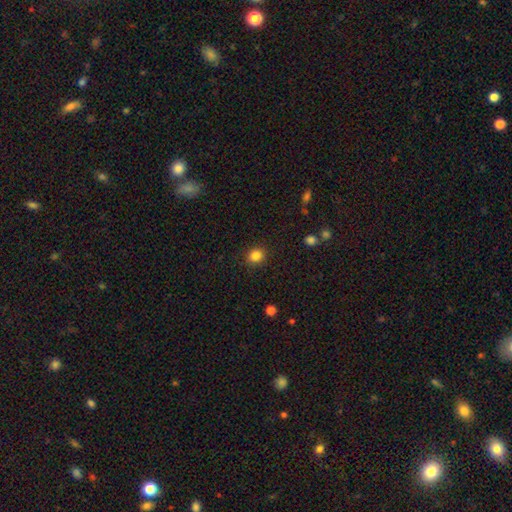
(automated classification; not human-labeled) Smooth or featured: smooth — 84% (star or artifact — 11%)
How rounded: round — 82% (in between — 17%)
Merging: none — 89% (minor disturbance — 7%)